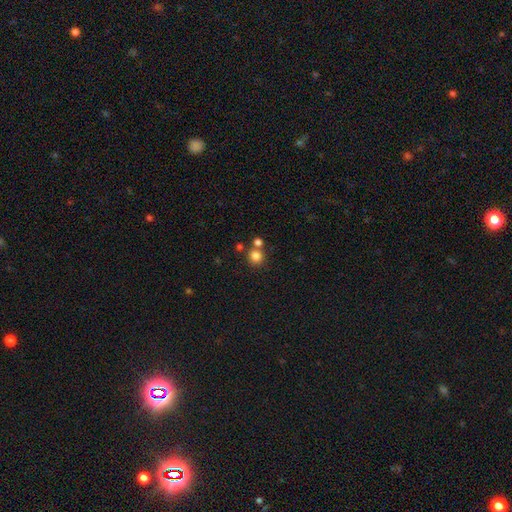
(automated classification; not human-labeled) The model was most divided on "merging": none: 68%, merger: 22%, minor disturbance: 8%, major disturbance: 3%. More confident: how rounded — round (90%); smooth or featured — smooth (82%).